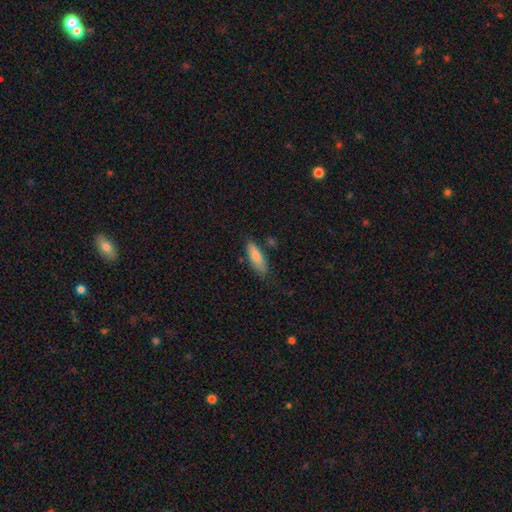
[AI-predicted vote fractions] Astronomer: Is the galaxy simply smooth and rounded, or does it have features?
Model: smooth — 79%.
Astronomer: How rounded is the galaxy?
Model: in between — 58% (runner-up: cigar-shaped, 40%).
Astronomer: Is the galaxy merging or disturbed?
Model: none — 73%.